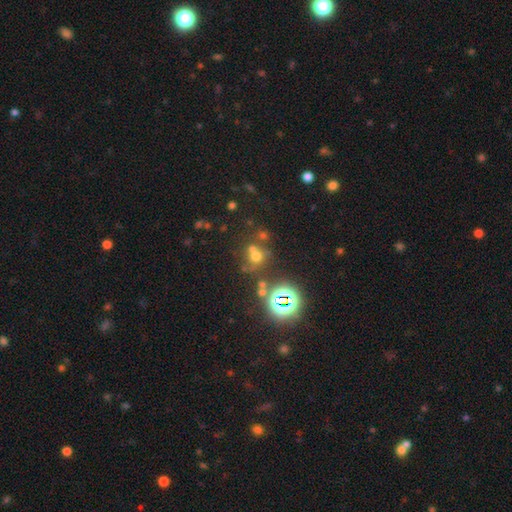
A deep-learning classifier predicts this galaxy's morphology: smooth-or-featured: smooth: 52% | star or artifact: 34% | featured or disk: 14%
  how-rounded: round: 82% | in between: 17% | cigar-shaped: 1%
  merging: none: 54% | merger: 29% | minor disturbance: 11% | major disturbance: 6%